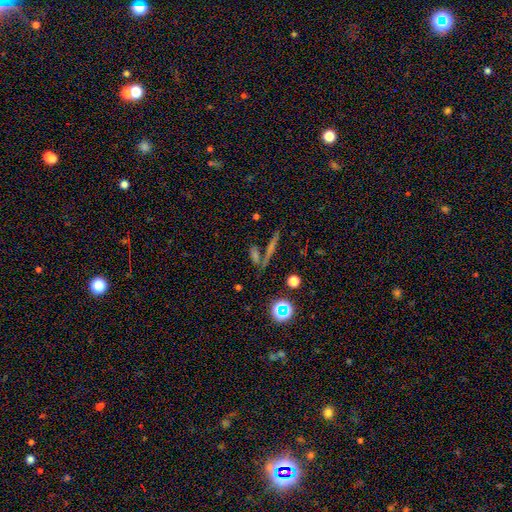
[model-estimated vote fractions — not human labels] smooth_or_featured: smooth (p=0.47) [alt: featured or disk p=0.26]
merging: none (p=0.64) [alt: merger p=0.19]